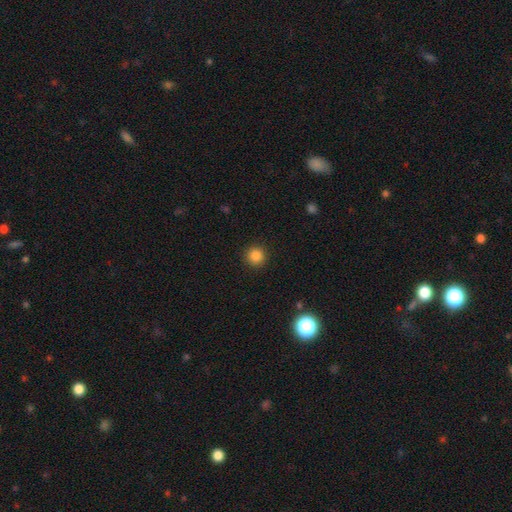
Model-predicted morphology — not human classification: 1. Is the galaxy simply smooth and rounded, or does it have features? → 85% smooth, 12% star or artifact, 4% featured or disk.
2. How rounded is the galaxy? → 94% round, 5% in between, 1% cigar-shaped.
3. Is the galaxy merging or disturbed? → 92% none, 5% minor disturbance, 2% major disturbance, 1% merger.